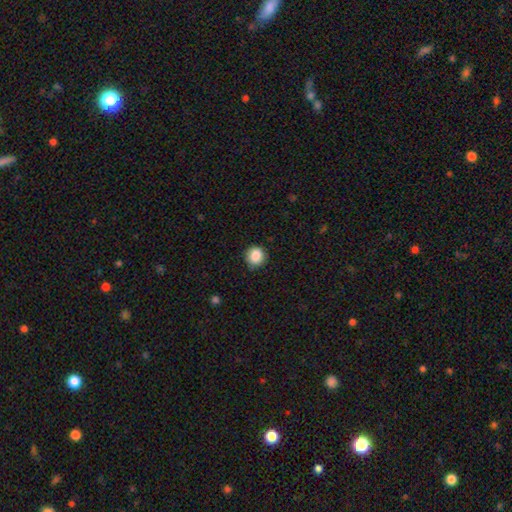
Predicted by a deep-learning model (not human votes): This appears to be a smooth galaxy with no disk features (86%) that is round (88%). Merging: none (86%).